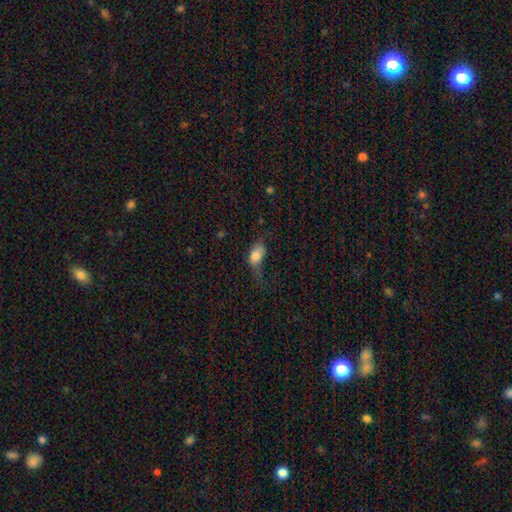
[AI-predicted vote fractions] Morphology: type=smooth (76%); roundness=in between (84%); merging=major disturbance (38%).